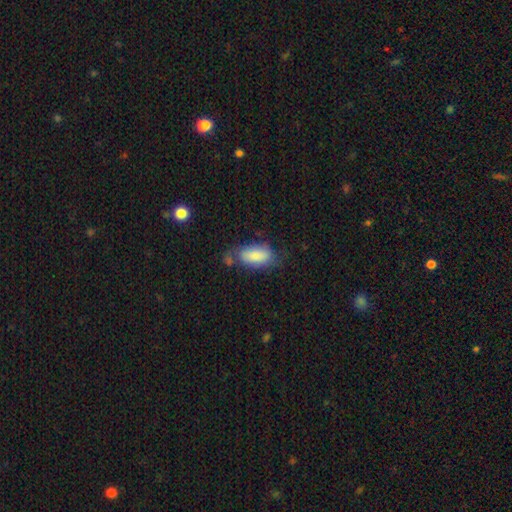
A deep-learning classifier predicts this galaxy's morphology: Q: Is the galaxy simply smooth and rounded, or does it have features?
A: smooth — 79%.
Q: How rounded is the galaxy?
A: in between — 87%.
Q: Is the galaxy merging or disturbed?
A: none — 50%.